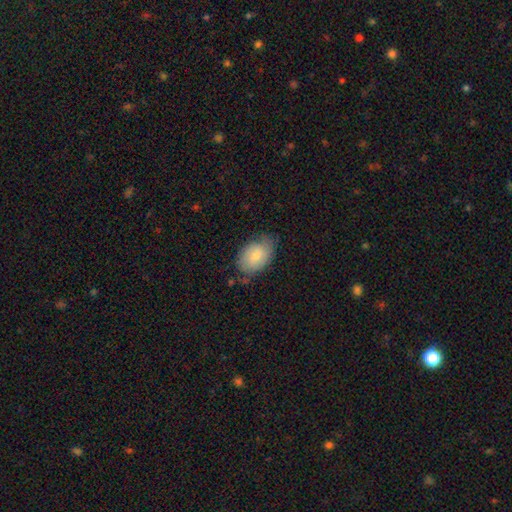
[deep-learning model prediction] Q: Smooth or featured?
A: smooth (70%); runner-up: featured or disk (23%)
Q: How rounded?
A: in between (86%); runner-up: round (13%)
Q: Merging?
A: none (67%); runner-up: minor disturbance (26%)